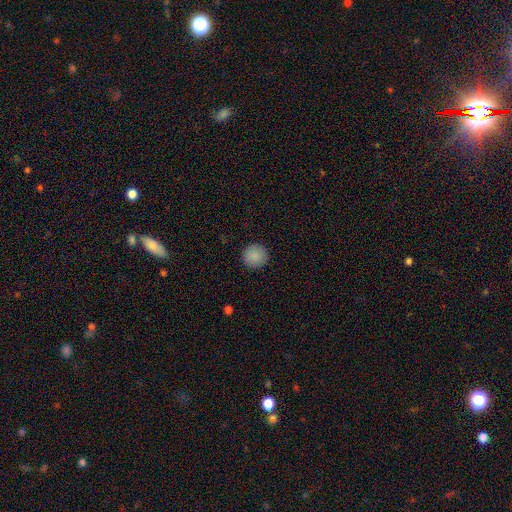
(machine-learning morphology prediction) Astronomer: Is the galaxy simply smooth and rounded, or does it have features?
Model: smooth — 89%.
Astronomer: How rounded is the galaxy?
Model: round — 94%.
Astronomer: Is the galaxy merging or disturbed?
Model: none — 91%.